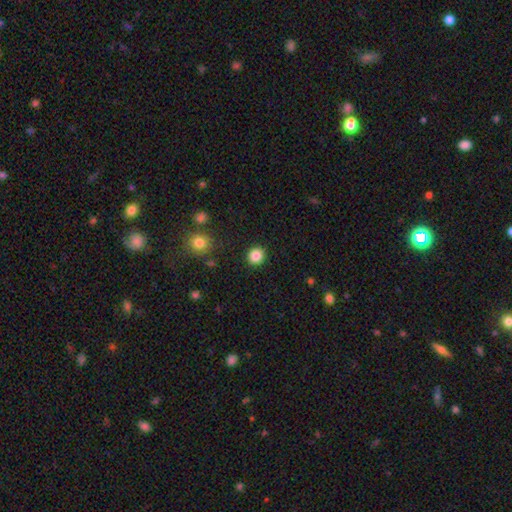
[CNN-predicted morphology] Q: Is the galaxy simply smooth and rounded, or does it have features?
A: smooth — 86%.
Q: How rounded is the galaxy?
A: round — 90%.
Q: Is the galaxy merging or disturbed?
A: none — 91%.